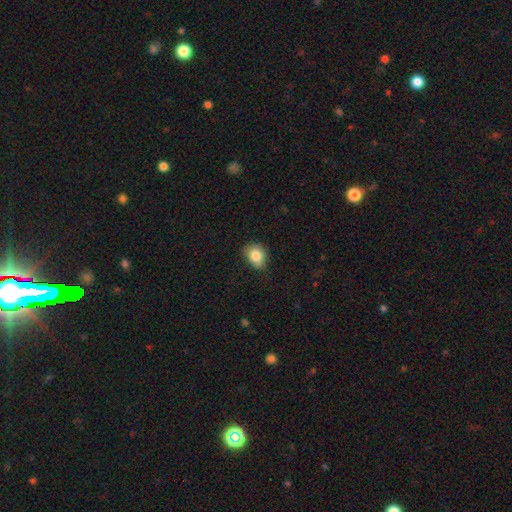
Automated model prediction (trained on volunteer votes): Smooth or featured?
  - smooth: 83% *
  - star or artifact: 9%
  - featured or disk: 8%
How rounded?
  - in between: 51% *
  - round: 48%
  - cigar-shaped: 1%
Merging?
  - none: 62% *
  - minor disturbance: 30%
  - major disturbance: 6%
  - merger: 2%